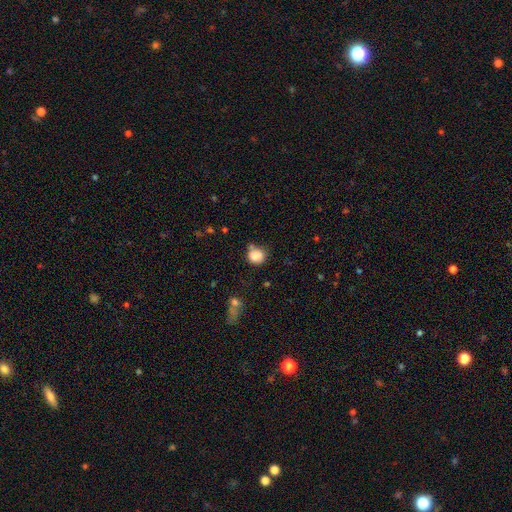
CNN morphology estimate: type=smooth (83%); roundness=round (77%); merging=none (56%).